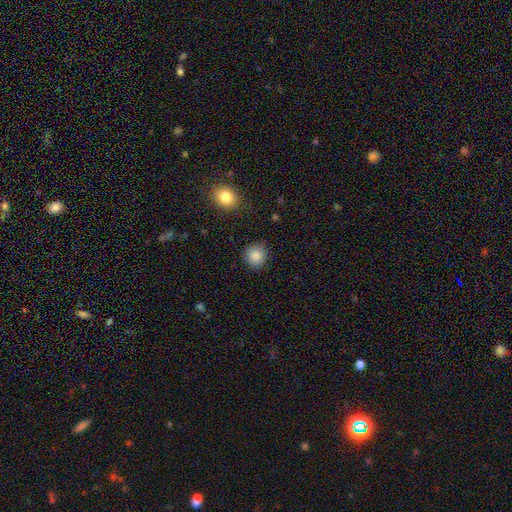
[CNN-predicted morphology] Overall: smooth (87%). How rounded: round (90%). Merging: none (89%).